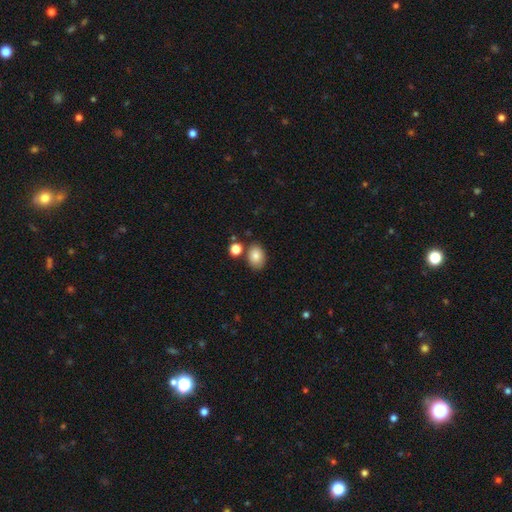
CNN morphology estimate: smooth_or_featured: smooth (p=0.84) [alt: star or artifact p=0.09]
how_rounded: in between (p=0.75) [alt: round p=0.24]
merging: none (p=0.75) [alt: minor disturbance p=0.13]